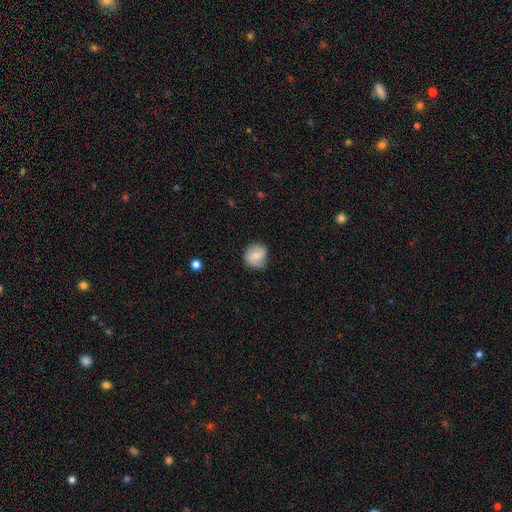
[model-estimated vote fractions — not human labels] A smooth galaxy with no disk features (69%) that is round (80%).

Vote fractions:
- Smooth or featured? smooth: 69% / featured or disk: 24% / star or artifact: 7%
- How rounded? round: 80% / in between: 19% / cigar-shaped: 1%
- Merging? none: 66% / minor disturbance: 26% / major disturbance: 6% / merger: 1%